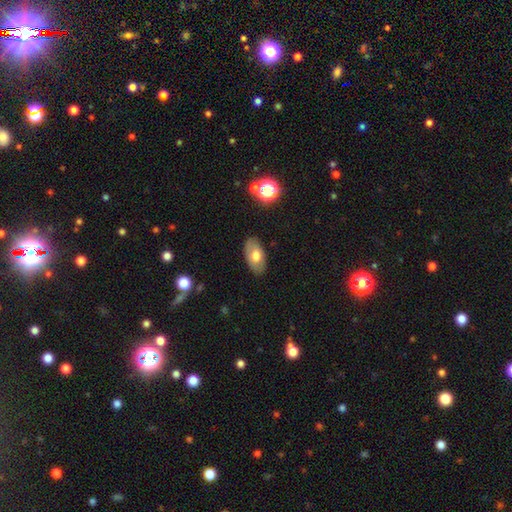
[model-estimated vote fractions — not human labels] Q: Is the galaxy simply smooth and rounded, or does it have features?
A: smooth — 64%.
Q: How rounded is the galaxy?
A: in between — 93%.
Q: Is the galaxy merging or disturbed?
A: none — 83%.